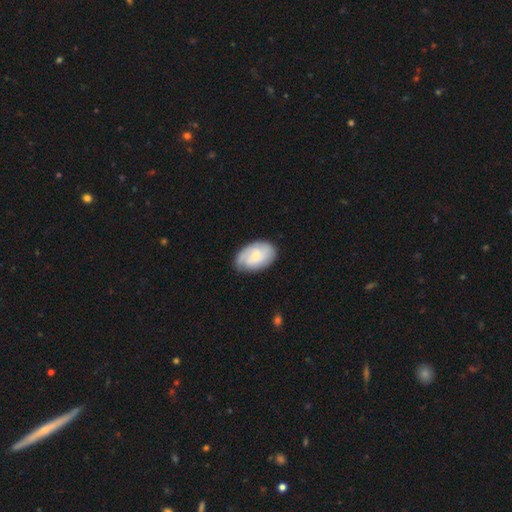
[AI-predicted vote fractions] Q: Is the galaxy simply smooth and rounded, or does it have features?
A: smooth — 48%.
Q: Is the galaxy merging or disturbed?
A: none — 72%.